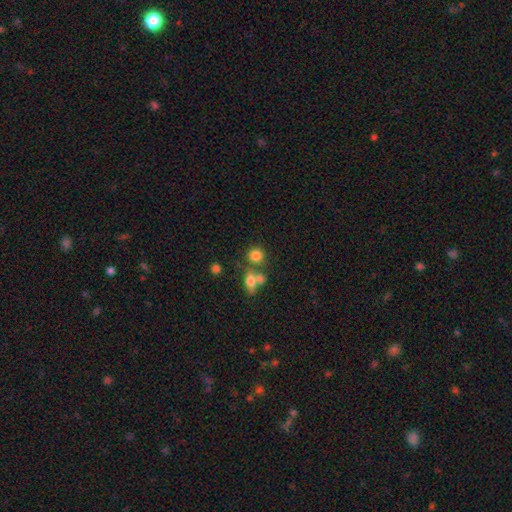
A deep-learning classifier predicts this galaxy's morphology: A smooth galaxy with no disk features (79%) that is round (81%). Merging: none (59%).